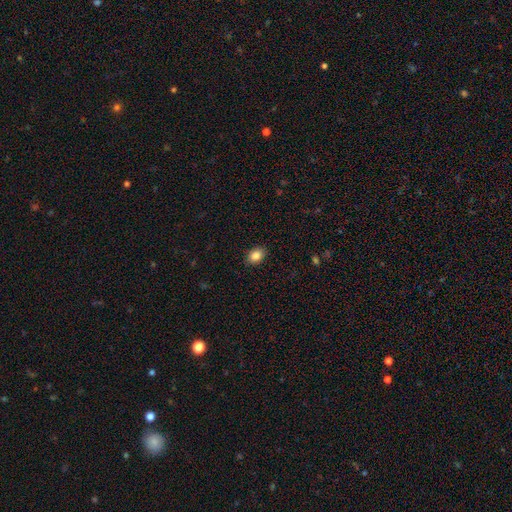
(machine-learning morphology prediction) A smooth galaxy with no disk features (87%) that is in between round and cigar-shaped (67%). Merging: none (88%).